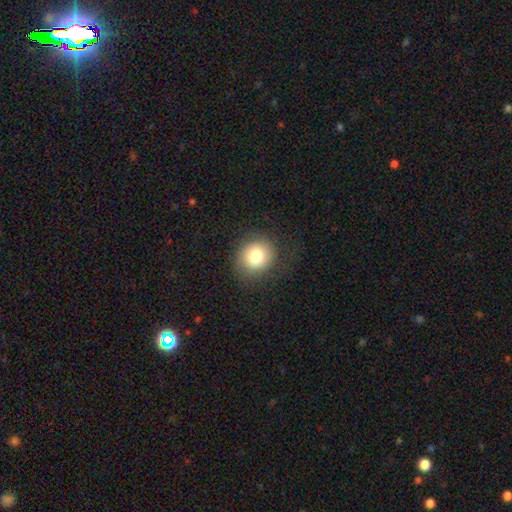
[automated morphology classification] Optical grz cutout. It shows a smooth galaxy with no disk features (80%) that is round (83%). Merging: none (82%).